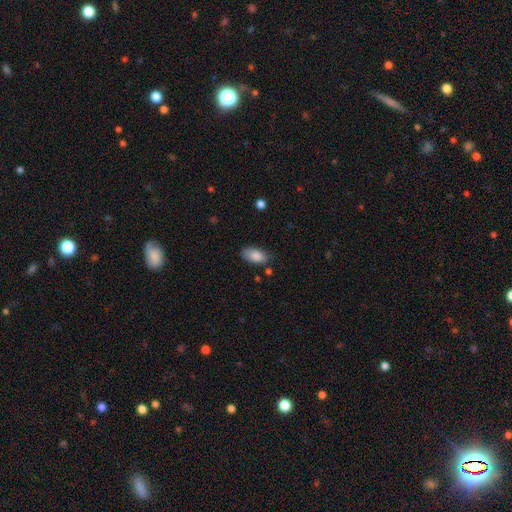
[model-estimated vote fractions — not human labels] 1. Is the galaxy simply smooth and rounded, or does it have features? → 87% smooth, 7% star or artifact, 6% featured or disk.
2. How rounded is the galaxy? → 92% in between, 5% cigar-shaped, 3% round.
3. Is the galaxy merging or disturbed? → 76% none, 18% minor disturbance, 4% major disturbance, 2% merger.